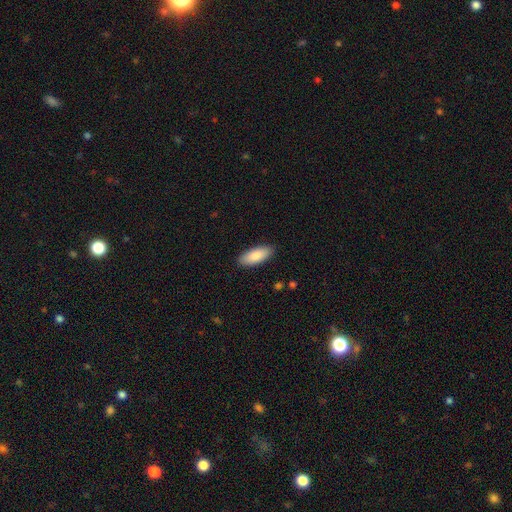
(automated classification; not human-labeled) smooth_or_featured: smooth (p=0.87) [alt: featured or disk p=0.07]
how_rounded: in between (p=0.82) [alt: cigar-shaped p=0.17]
merging: none (p=0.89) [alt: minor disturbance p=0.09]